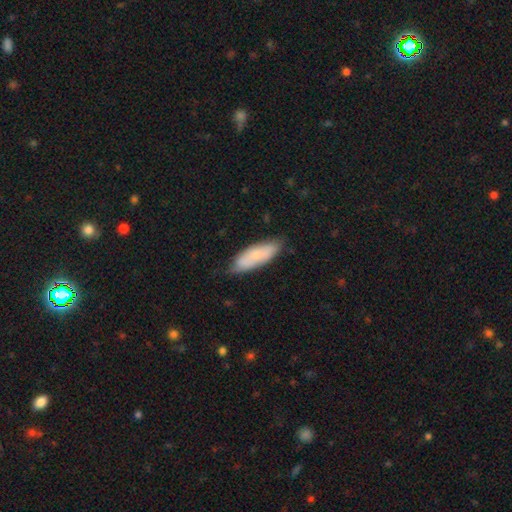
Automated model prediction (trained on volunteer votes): smooth-or-featured: smooth: 70% | featured or disk: 24% | star or artifact: 6%
  how-rounded: in between: 64% | cigar-shaped: 35% | round: 2%
  merging: none: 73% | minor disturbance: 22% | major disturbance: 3% | merger: 2%